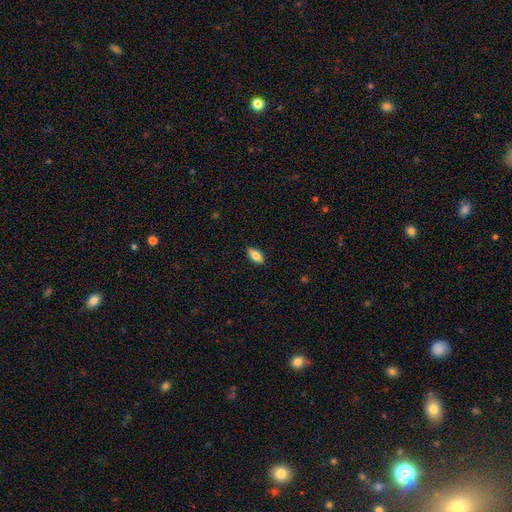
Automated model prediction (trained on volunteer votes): smooth_or_featured: smooth (p=0.77) [alt: featured or disk p=0.16]
how_rounded: in between (p=0.83) [alt: cigar-shaped p=0.14]
merging: none (p=0.86) [alt: minor disturbance p=0.11]